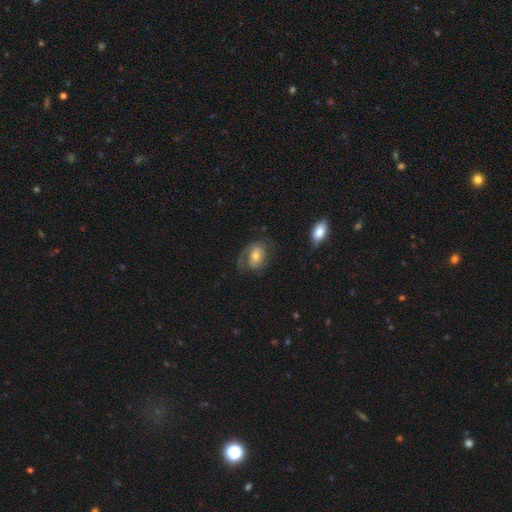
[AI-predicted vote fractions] Morphology: type=featured or disk (56%); edge-on=no (96%); bar=no (64%); spiral arms=yes (79%); bulge=moderate (58%); merging=none (53%).